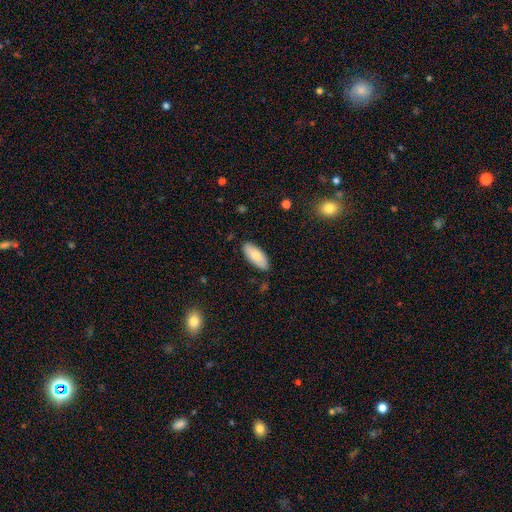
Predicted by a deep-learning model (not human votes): smooth_or_featured: smooth (p=0.82) [alt: featured or disk p=0.12]
how_rounded: in between (p=0.83) [alt: cigar-shaped p=0.15]
merging: none (p=0.86) [alt: minor disturbance p=0.11]